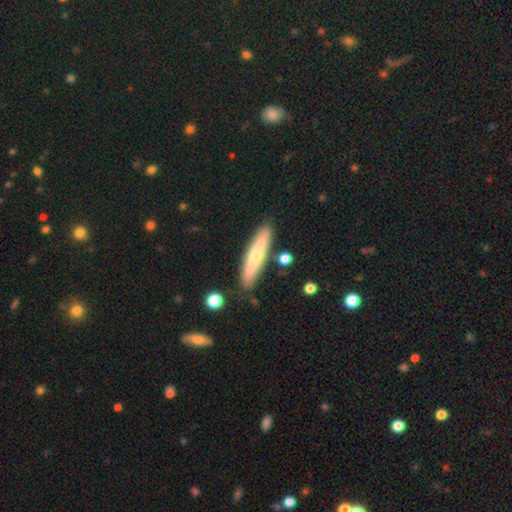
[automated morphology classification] A smooth galaxy with no disk features (54%) that is cigar-shaped (85%).

Vote fractions:
- Smooth or featured? smooth: 54% / featured or disk: 40% / star or artifact: 6%
- How rounded? cigar-shaped: 85% / in between: 14% / round: 2%
- Merging? none: 84% / minor disturbance: 10% / merger: 3% / major disturbance: 2%